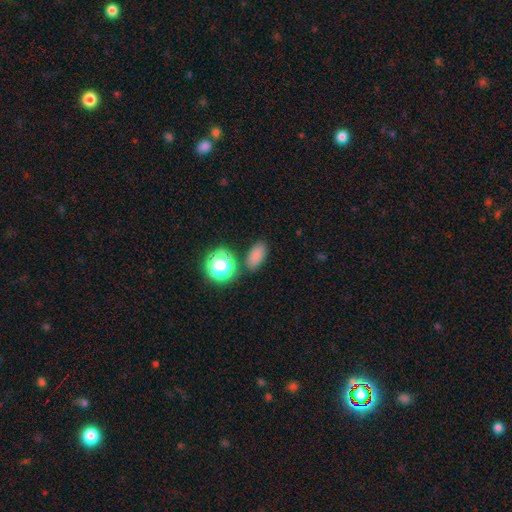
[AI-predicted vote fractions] This is likely a smooth galaxy (77%). How rounded: clearly in between (81%). Merging: likely none (79%).